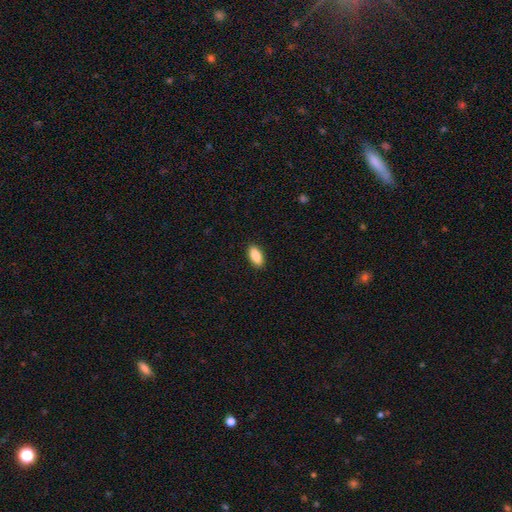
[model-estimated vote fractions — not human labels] Overall: smooth (86%). How rounded: in between (89%). Merging: none (90%).